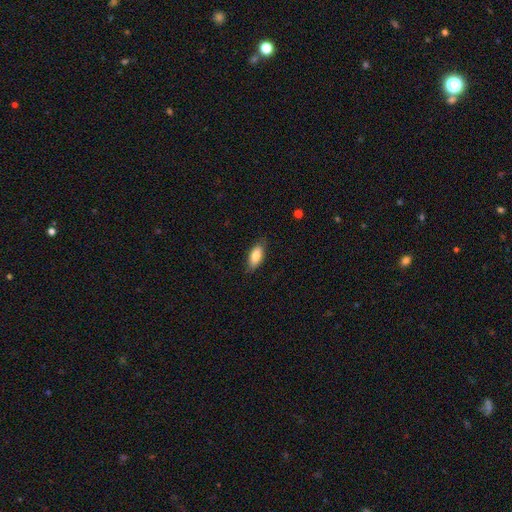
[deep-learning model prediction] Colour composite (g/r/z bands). It shows a smooth galaxy with no disk features (82%) that is in between round and cigar-shaped (87%). Merging: none (81%).